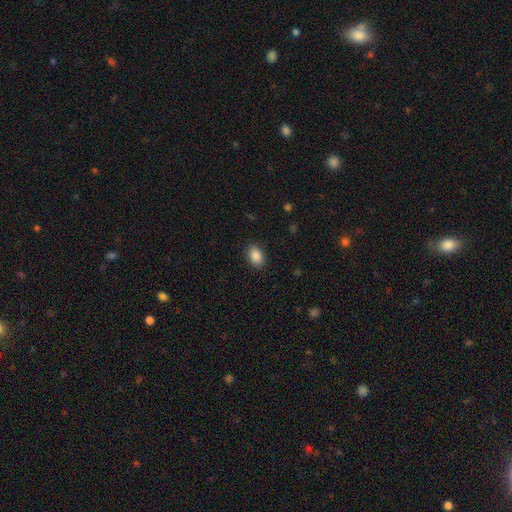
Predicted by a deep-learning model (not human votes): This is clearly a smooth galaxy (88%). How rounded: clearly in between (81%). Merging: clearly none (89%).